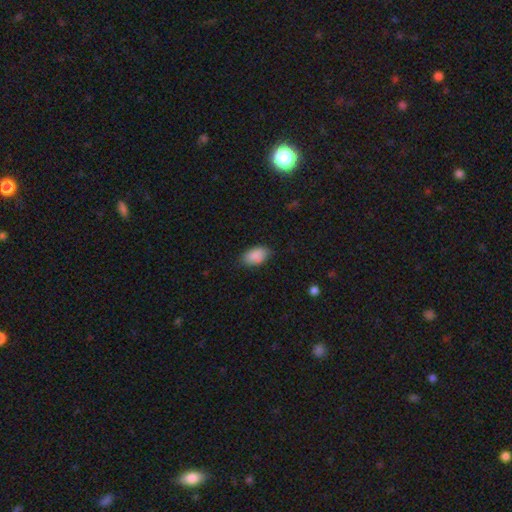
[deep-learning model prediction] smooth 90%, star or artifact 7%, featured or disk 4%. Down the decision tree: how rounded — in between (93%); merging — none (83%).